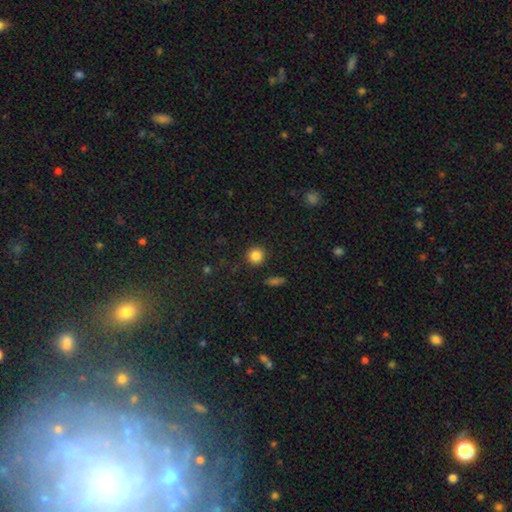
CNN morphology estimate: Smooth or featured? smooth (84%)
How rounded? round (92%)
Merging? none (90%)